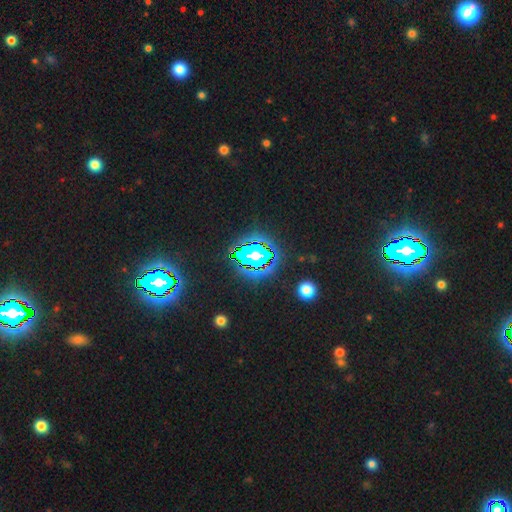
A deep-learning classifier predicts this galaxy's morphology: Q: Smooth or featured?
A: star or artifact (66%); runner-up: smooth (19%)